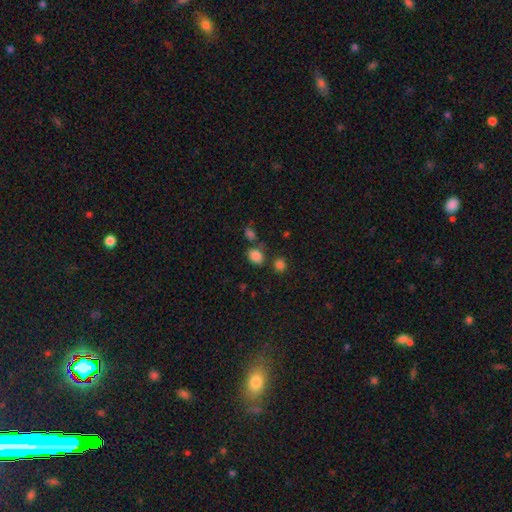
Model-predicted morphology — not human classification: A smooth galaxy with no disk features (83%) that is in between round and cigar-shaped (60%). Merging: none (67%).